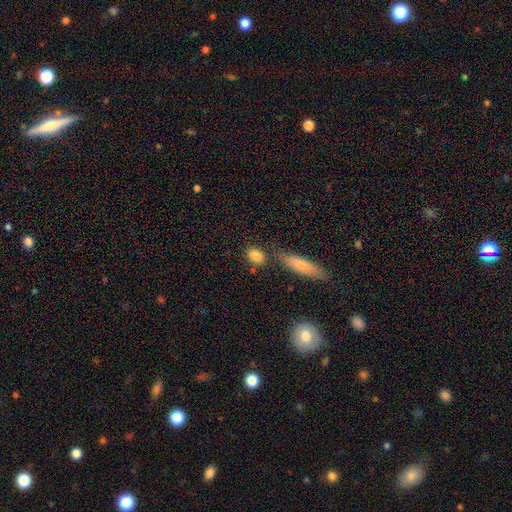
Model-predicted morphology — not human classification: The model was most divided on "how rounded": in between: 71%, round: 21%, cigar-shaped: 8%. More confident: smooth or featured — smooth (84%); merging — none (70%).